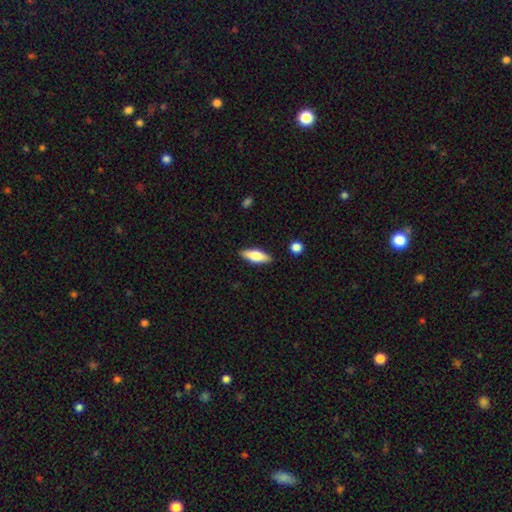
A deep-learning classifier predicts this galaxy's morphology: Q: Smooth or featured?
A: smooth (66%); runner-up: featured or disk (28%)
Q: How rounded?
A: in between (62%); runner-up: cigar-shaped (35%)
Q: Merging?
A: none (87%); runner-up: minor disturbance (9%)